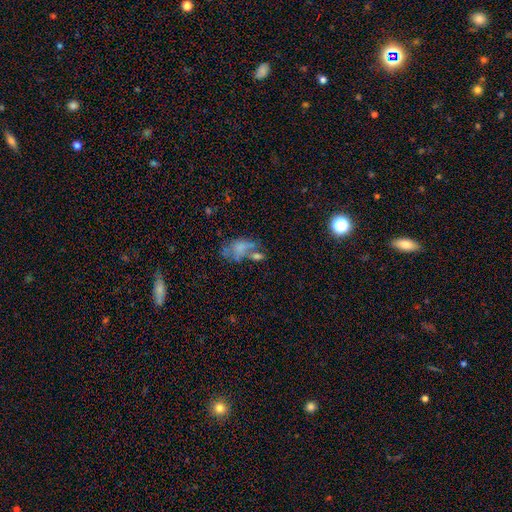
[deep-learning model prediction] Smooth or featured? smooth (49%)
Merging? merger (31%)